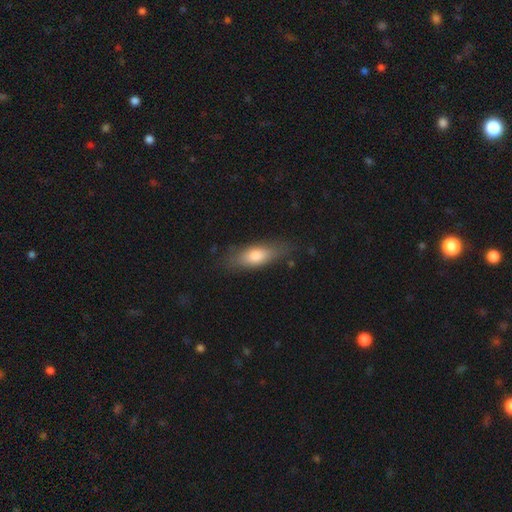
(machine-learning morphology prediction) Overall: smooth (71%). How rounded: in between (64%; cigar-shaped 33%). Merging: none (74%).